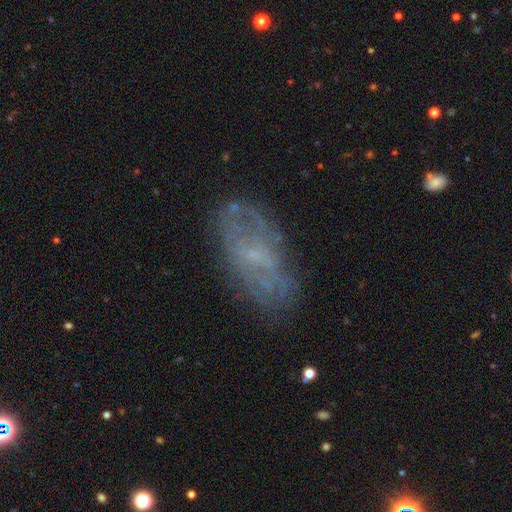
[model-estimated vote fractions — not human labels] A featured or disk galaxy (58%) with no bar (55%), no spiral arms (54%) and a small central bulge (61%).

Vote fractions:
- Smooth or featured? featured or disk: 58% / smooth: 30% / star or artifact: 12%
- Edge-on disk? no: 90% / yes: 10%
- Bar? no: 55% / weak: 36% / strong: 8%
- Spiral arms? no: 54% / yes: 46%
- Bulge size? small: 61% / none: 25% / moderate: 12% / large: 1% / dominant: 1%
- Merging? none: 71% / minor disturbance: 18% / major disturbance: 8% / merger: 2%